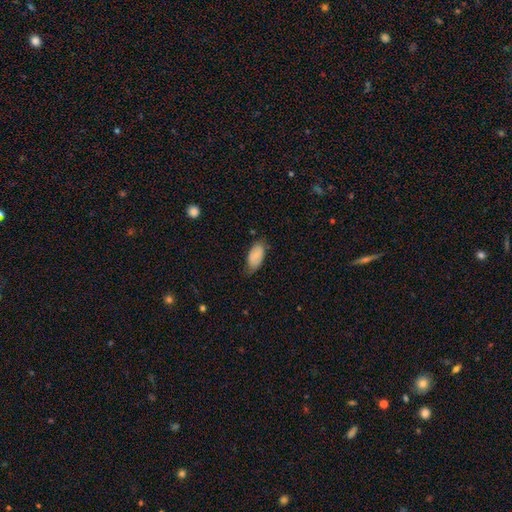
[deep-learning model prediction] smooth_or_featured: smooth (p=0.73) [alt: featured or disk p=0.21]
how_rounded: in between (p=0.94) [alt: round p=0.03]
merging: none (p=0.64) [alt: minor disturbance p=0.29]